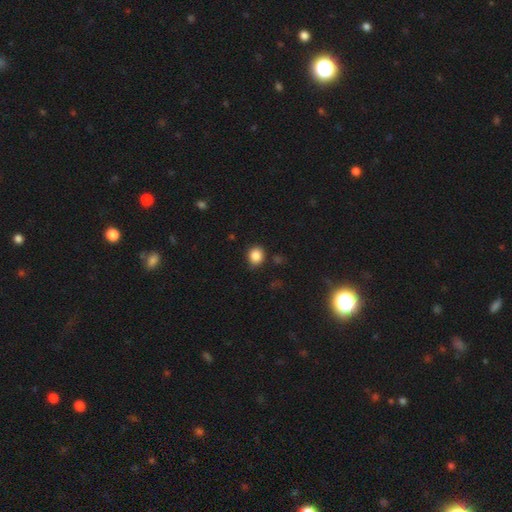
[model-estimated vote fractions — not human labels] The model was most divided on "how rounded": round: 75%, in between: 24%, cigar-shaped: 1%. More confident: smooth or featured — smooth (86%); merging — none (83%).